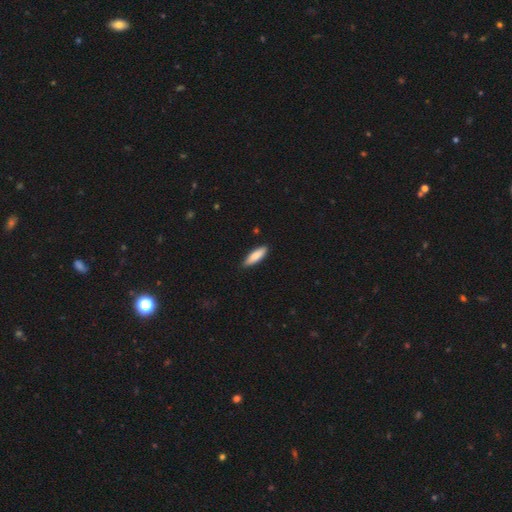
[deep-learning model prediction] The model was most divided on "how rounded": cigar-shaped: 56%, in between: 42%, round: 2%. More confident: merging — none (87%); smooth or featured — smooth (83%).